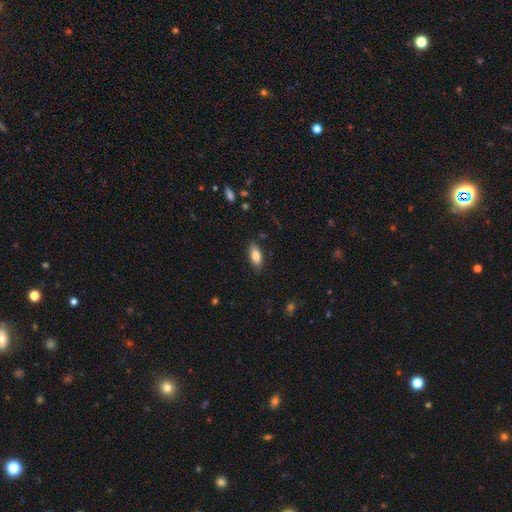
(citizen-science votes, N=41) smooth 80%, featured or disk 10%, star or artifact 10%. Down the decision tree: how rounded — in between (73%); merging — none (97%).